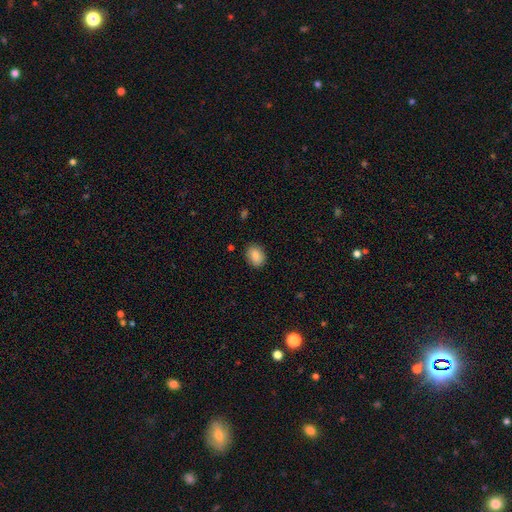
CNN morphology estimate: The model was most divided on "how rounded": in between: 63%, round: 36%, cigar-shaped: 1%. More confident: merging — none (85%); smooth or featured — smooth (83%).